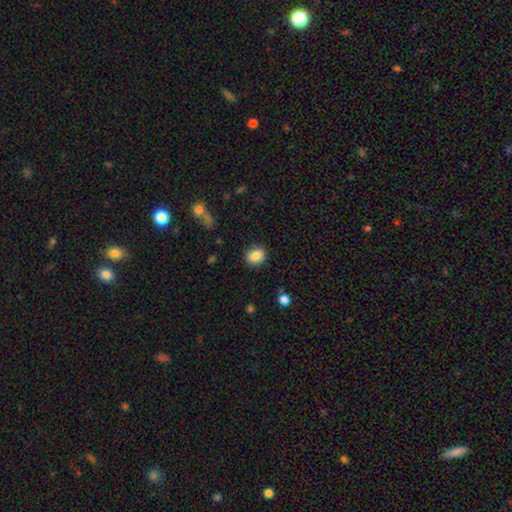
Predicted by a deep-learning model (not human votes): Smooth or featured: smooth — 86% (star or artifact — 8%)
How rounded: round — 51% (in between — 48%)
Merging: none — 85% (minor disturbance — 10%)